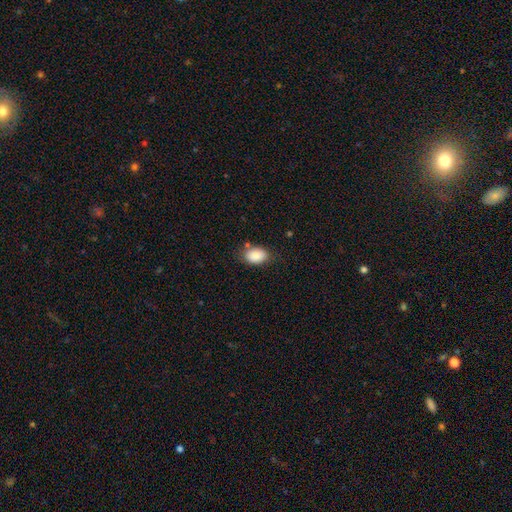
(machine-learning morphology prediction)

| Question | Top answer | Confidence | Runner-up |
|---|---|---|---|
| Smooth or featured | smooth | 86% | star or artifact (8%) |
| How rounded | in between | 85% | round (14%) |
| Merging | none | 75% | minor disturbance (17%) |